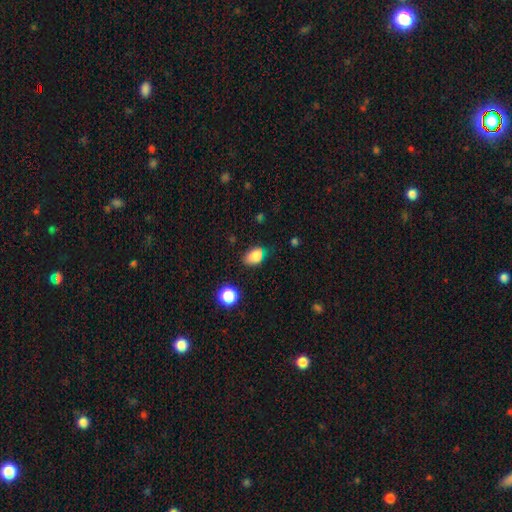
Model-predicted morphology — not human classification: smooth-or-featured: smooth: 84% | star or artifact: 10% | featured or disk: 6%
  how-rounded: in between: 81% | round: 17% | cigar-shaped: 2%
  merging: none: 67% | minor disturbance: 25% | major disturbance: 6% | merger: 3%